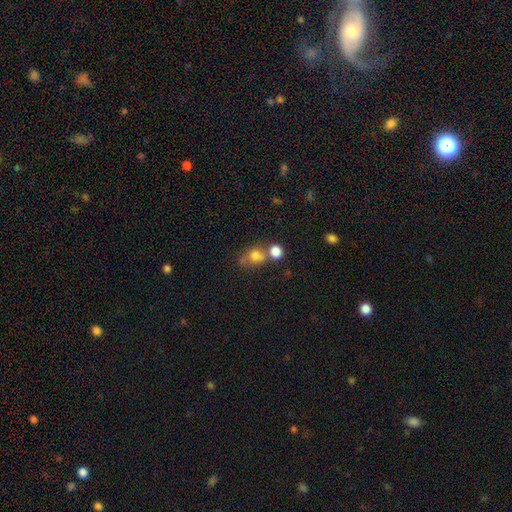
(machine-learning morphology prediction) Smooth or featured?
  - smooth: 76% *
  - star or artifact: 14%
  - featured or disk: 11%
How rounded?
  - round: 71% *
  - in between: 28%
  - cigar-shaped: 1%
Merging?
  - none: 44% *
  - merger: 37%
  - minor disturbance: 12%
  - major disturbance: 6%